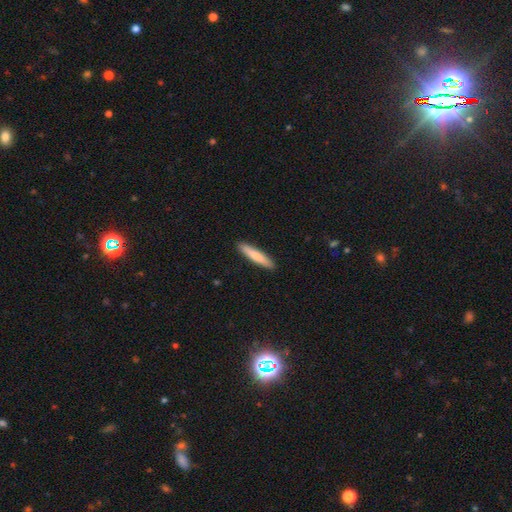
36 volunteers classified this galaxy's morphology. type=smooth (67%); roundness=cigar-shaped (88%); merging=none (86%).